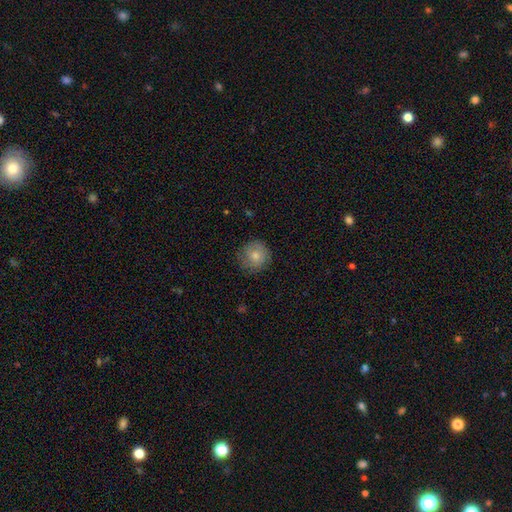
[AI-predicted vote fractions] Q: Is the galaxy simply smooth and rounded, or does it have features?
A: smooth — 73%.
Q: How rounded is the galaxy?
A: round — 93%.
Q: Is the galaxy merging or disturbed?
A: none — 79%.